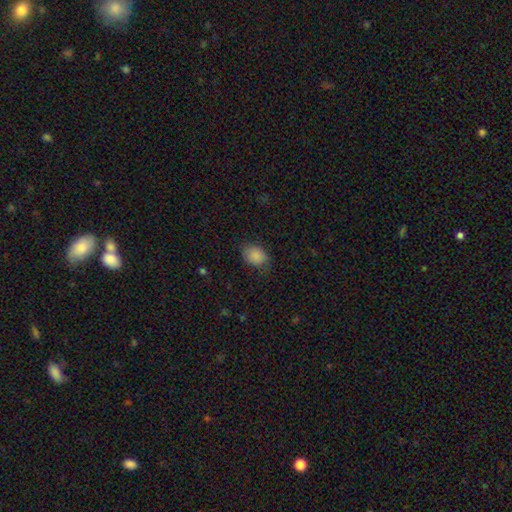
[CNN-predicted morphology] The model was most divided on "how rounded": in between: 70%, round: 29%, cigar-shaped: 1%. More confident: smooth or featured — smooth (87%); merging — none (72%).